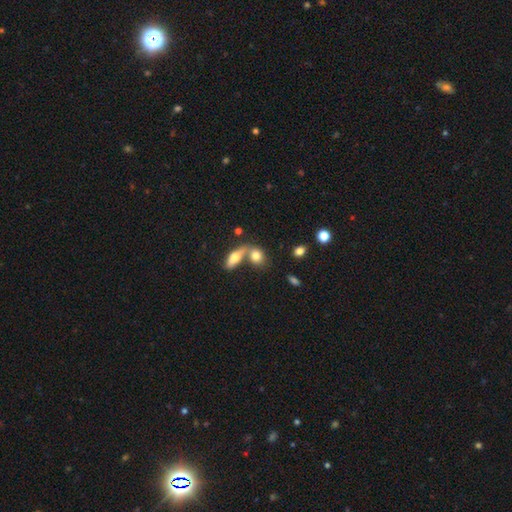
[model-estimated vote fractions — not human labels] The model was most divided on "how rounded": in between: 54%, round: 40%, cigar-shaped: 6%. More confident: smooth or featured — smooth (77%); merging — merger (53%).